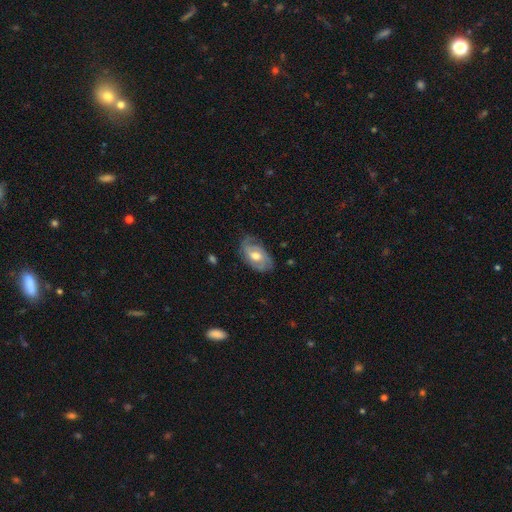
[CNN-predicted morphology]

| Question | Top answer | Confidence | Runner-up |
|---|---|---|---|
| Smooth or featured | featured or disk | 67% | smooth (27%) |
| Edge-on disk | no | 94% | yes (6%) |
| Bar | no | 53% | weak (39%) |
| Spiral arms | yes | 83% | no (17%) |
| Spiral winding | tight | 46% | medium (39%) |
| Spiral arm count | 2 | 55% | can't tell (25%) |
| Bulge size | moderate | 72% | large (13%) |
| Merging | none | 69% | minor disturbance (23%) |